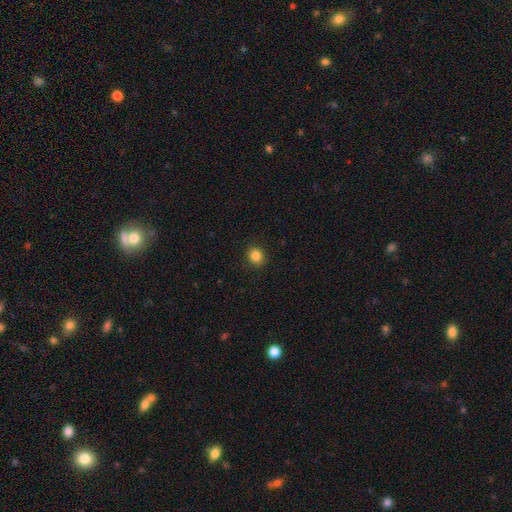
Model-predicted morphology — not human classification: Smooth or featured?
  - smooth: 85% *
  - star or artifact: 11%
  - featured or disk: 4%
How rounded?
  - round: 82% *
  - in between: 17%
  - cigar-shaped: 1%
Merging?
  - none: 91% *
  - minor disturbance: 6%
  - major disturbance: 2%
  - merger: 1%